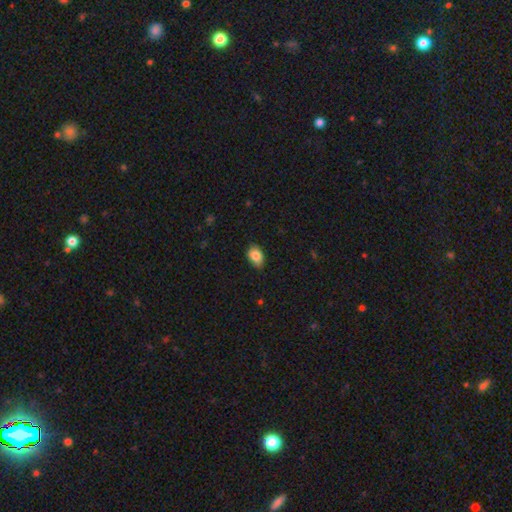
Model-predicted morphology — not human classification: Smooth or featured? smooth (85%)
How rounded? in between (84%)
Merging? none (78%)